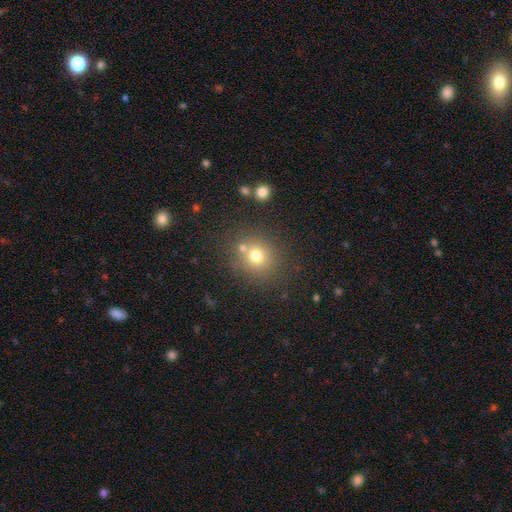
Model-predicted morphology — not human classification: Q: Smooth or featured?
A: smooth (72%); runner-up: star or artifact (17%)
Q: How rounded?
A: round (84%); runner-up: in between (15%)
Q: Merging?
A: none (74%); runner-up: merger (12%)